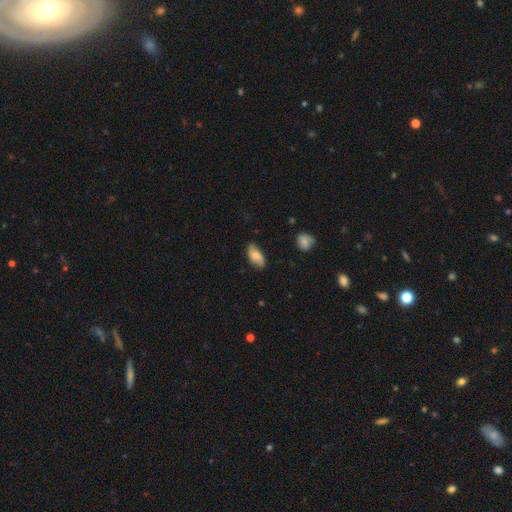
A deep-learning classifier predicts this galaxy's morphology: Smooth or featured? smooth (67%)
How rounded? in between (92%)
Merging? none (76%)